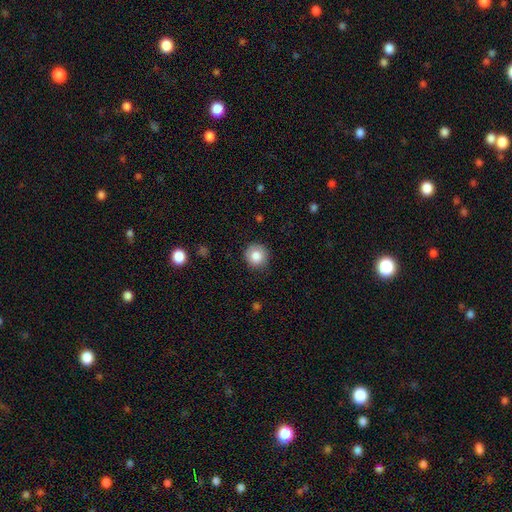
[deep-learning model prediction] This is clearly a smooth galaxy (84%). How rounded: clearly round (92%). Merging: clearly none (83%).